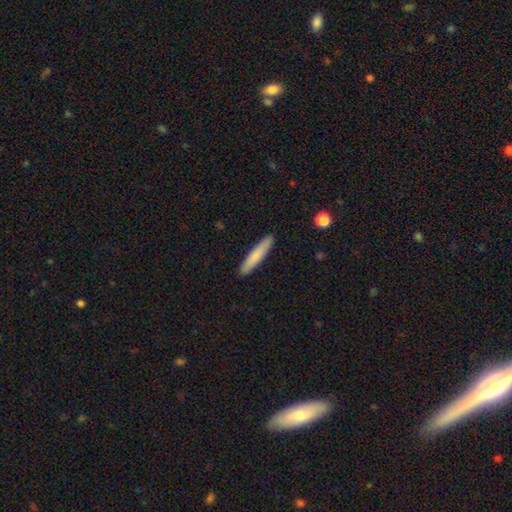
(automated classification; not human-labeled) Overall: smooth (78%). How rounded: cigar-shaped (90%). Merging: none (90%).